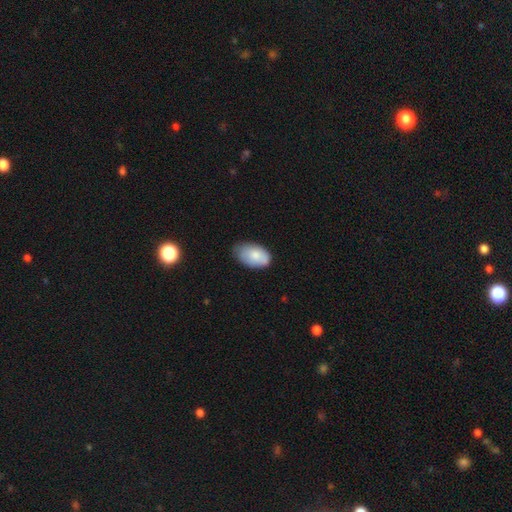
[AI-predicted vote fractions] Smooth or featured: smooth — 81% (featured or disk — 13%)
How rounded: in between — 93% (round — 6%)
Merging: none — 60% (minor disturbance — 33%)